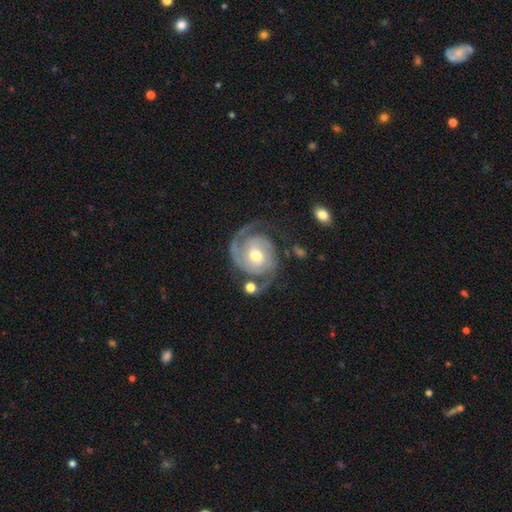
Smooth or featured: featured or disk — 92% (smooth — 8%)
Edge-on disk: no — 94% (yes — 6%)
Bar: no — 56% (weak — 31%)
Spiral arms: yes — 97% (no — 3%)
Spiral winding: tight — 55% (medium — 39%)
Spiral arm count: 2 — 100%
Bulge size: moderate — 69% (small — 19%)
Merging: none — 49% (merger — 27%)